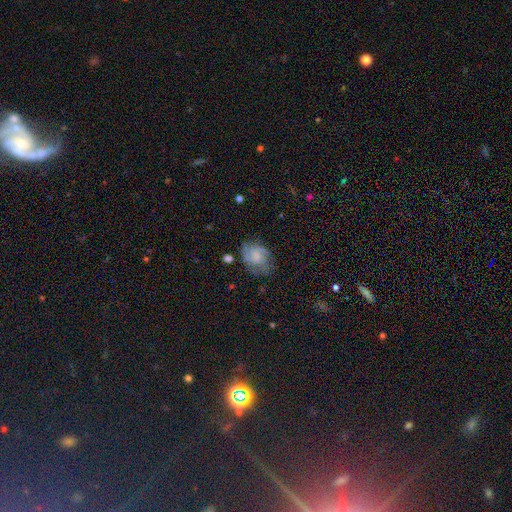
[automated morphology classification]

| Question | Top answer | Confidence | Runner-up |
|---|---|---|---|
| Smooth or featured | featured or disk | 46% | smooth (45%) |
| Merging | none | 53% | minor disturbance (28%) |